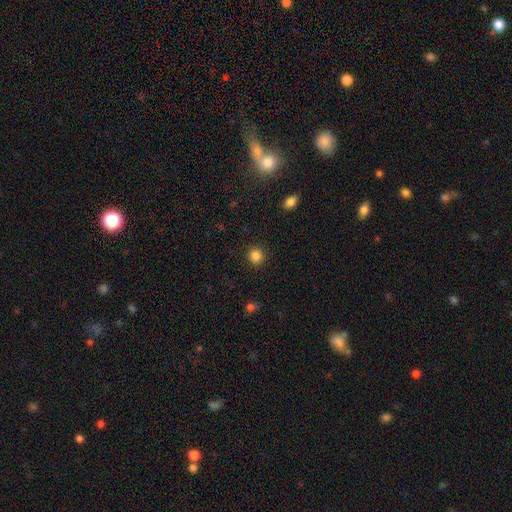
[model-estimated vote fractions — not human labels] A smooth galaxy with no disk features (85%) that is round (90%). Merging: none (91%).